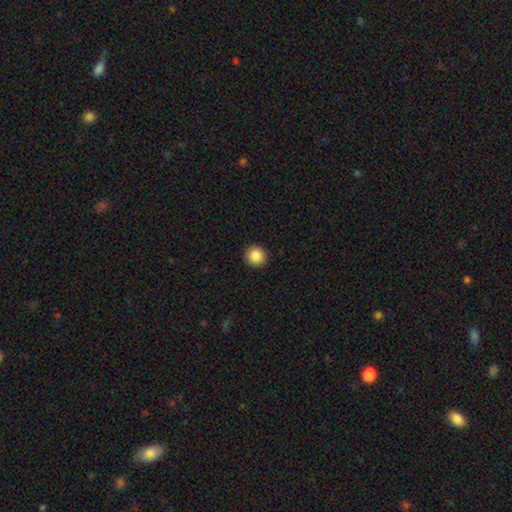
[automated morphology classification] Smooth or featured?
  - smooth: 87% *
  - star or artifact: 9%
  - featured or disk: 4%
How rounded?
  - round: 94% *
  - in between: 5%
  - cigar-shaped: 1%
Merging?
  - none: 93% *
  - minor disturbance: 5%
  - major disturbance: 1%
  - merger: 1%